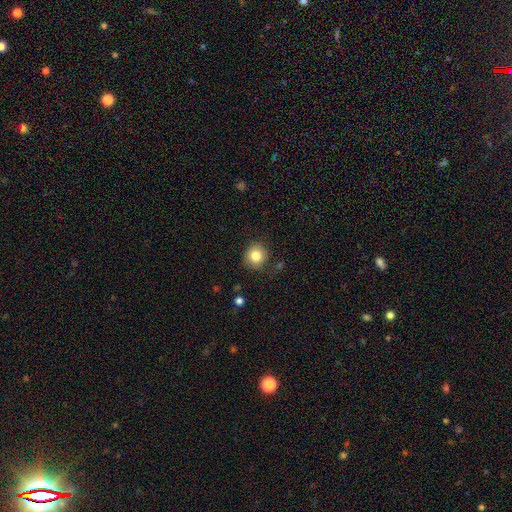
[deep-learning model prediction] Smooth or featured: smooth — 82% (star or artifact — 10%)
How rounded: round — 88% (in between — 11%)
Merging: none — 85% (minor disturbance — 10%)